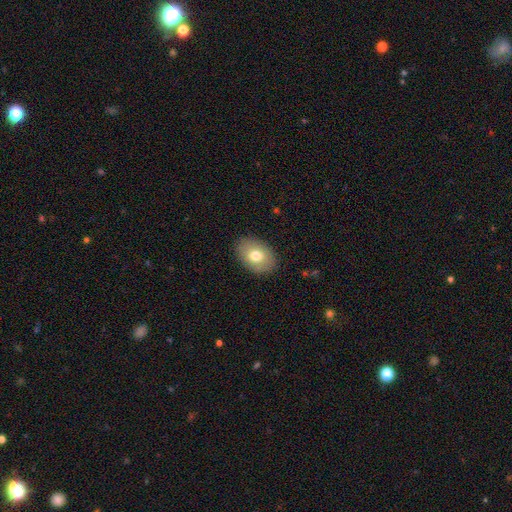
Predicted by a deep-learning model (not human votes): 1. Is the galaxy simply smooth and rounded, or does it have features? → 74% smooth, 19% featured or disk, 7% star or artifact.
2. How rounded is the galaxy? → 82% in between, 17% round, 1% cigar-shaped.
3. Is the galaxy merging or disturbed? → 86% none, 10% minor disturbance, 3% major disturbance, 1% merger.